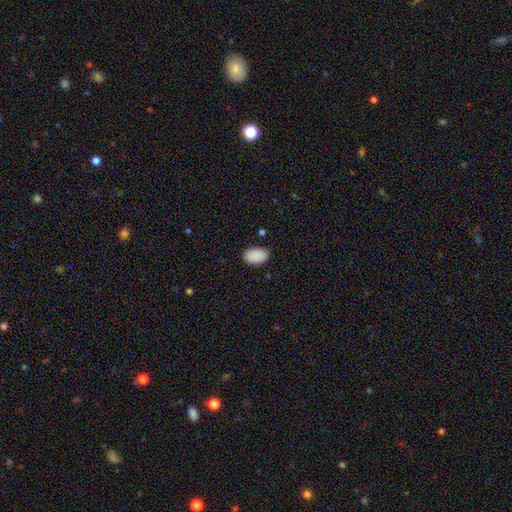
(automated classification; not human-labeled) Smooth or featured? smooth (91%)
How rounded? in between (93%)
Merging? none (87%)